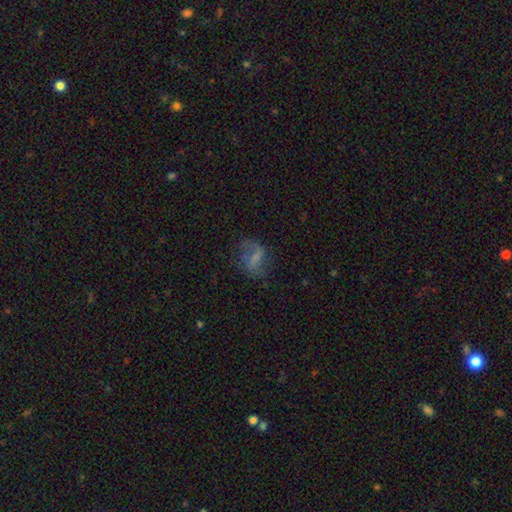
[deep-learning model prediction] Q: Smooth or featured?
A: featured or disk (48%); runner-up: smooth (40%)
Q: Merging?
A: none (56%); runner-up: minor disturbance (22%)